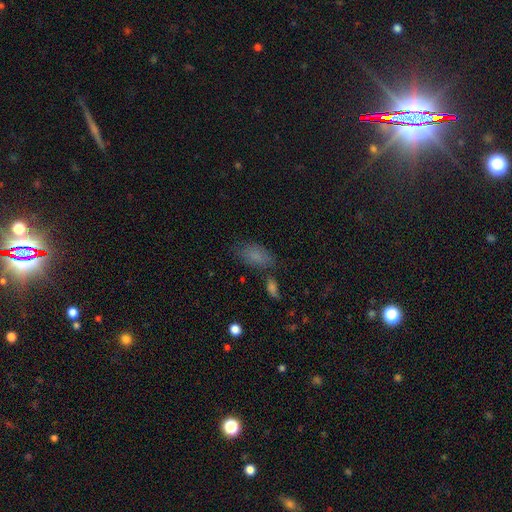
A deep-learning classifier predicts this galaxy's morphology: smooth 77%, star or artifact 13%, featured or disk 10%. Down the decision tree: how rounded — in between (91%); merging — none (62%).